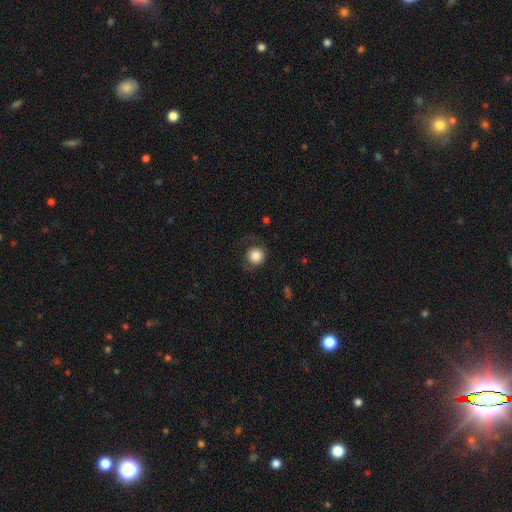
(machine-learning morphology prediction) smooth 84%, star or artifact 9%, featured or disk 7%. Down the decision tree: how rounded — round (92%); merging — none (72%).